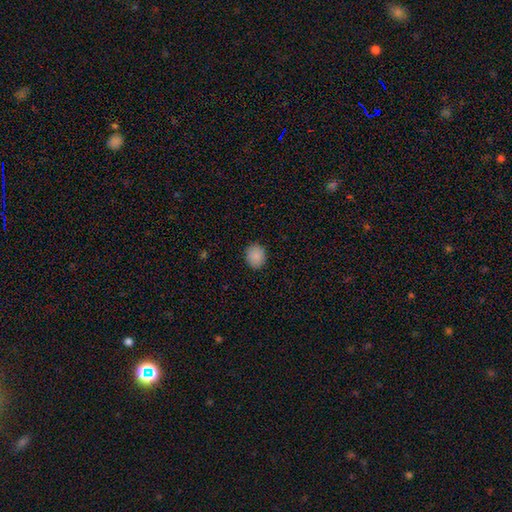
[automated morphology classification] smooth-or-featured: smooth: 88% | star or artifact: 9% | featured or disk: 3%
  how-rounded: round: 69% | in between: 30% | cigar-shaped: 1%
  merging: none: 89% | minor disturbance: 8% | major disturbance: 2% | merger: 1%